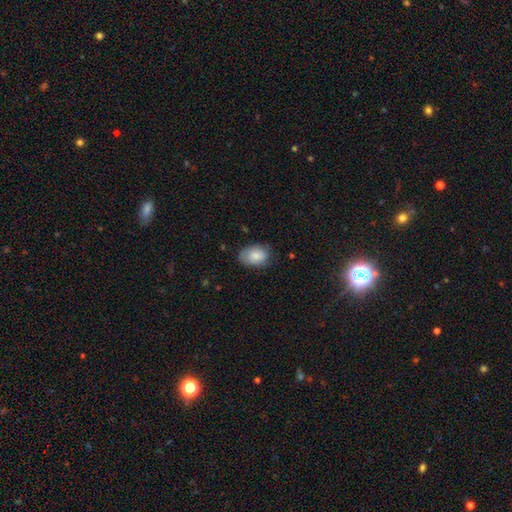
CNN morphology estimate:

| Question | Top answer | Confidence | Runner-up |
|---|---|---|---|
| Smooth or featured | smooth | 81% | featured or disk (12%) |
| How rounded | in between | 82% | round (17%) |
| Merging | none | 72% | minor disturbance (22%) |